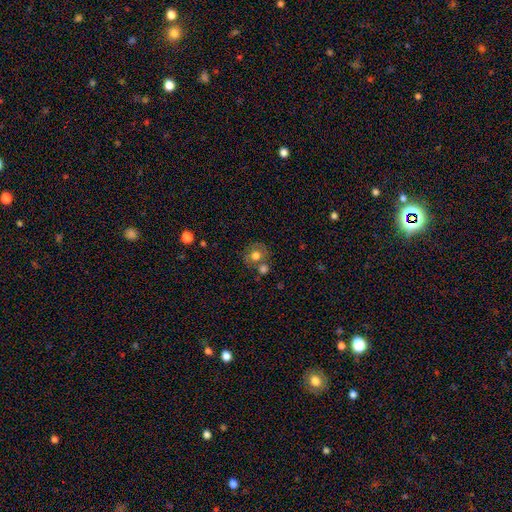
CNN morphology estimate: Smooth or featured? Predicted: smooth (p=0.68). How rounded? Predicted: round (p=0.80). Merging? Predicted: none (p=0.54).